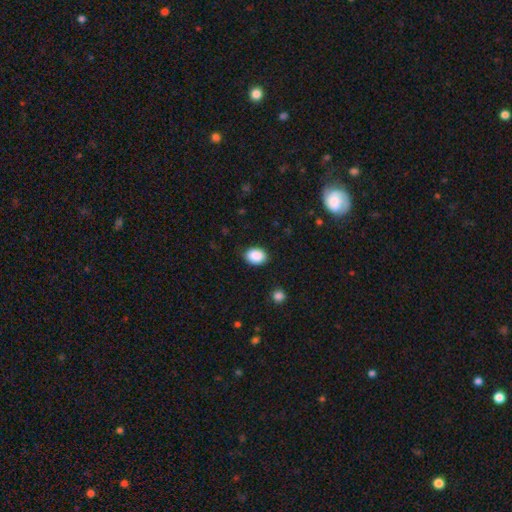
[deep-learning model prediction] A smooth galaxy with no disk features (89%) that is in between round and cigar-shaped (72%).

Vote fractions:
- Smooth or featured? smooth: 89% / star or artifact: 8% / featured or disk: 3%
- How rounded? in between: 72% / round: 27% / cigar-shaped: 1%
- Merging? none: 88% / minor disturbance: 9% / major disturbance: 2% / merger: 1%